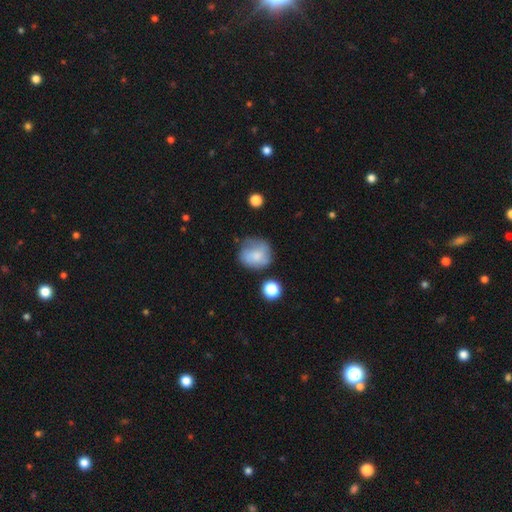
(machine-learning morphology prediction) A smooth galaxy with no disk features (67%) that is round (77%).

Vote fractions:
- Smooth or featured? smooth: 67% / featured or disk: 23% / star or artifact: 10%
- How rounded? round: 77% / in between: 22% / cigar-shaped: 1%
- Merging? none: 51% / minor disturbance: 29% / major disturbance: 15% / merger: 5%